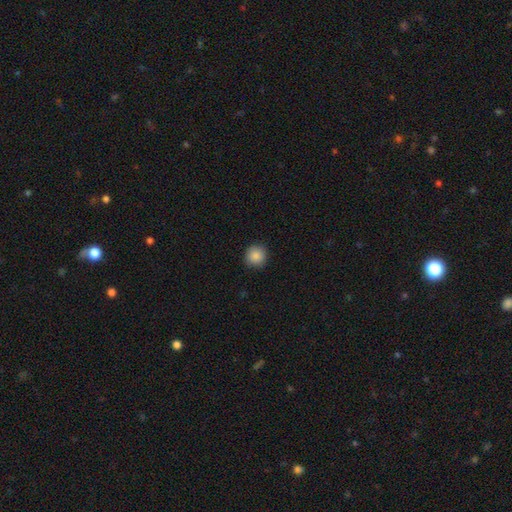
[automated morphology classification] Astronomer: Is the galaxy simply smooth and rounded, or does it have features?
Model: smooth — 88%.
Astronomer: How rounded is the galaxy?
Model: round — 93%.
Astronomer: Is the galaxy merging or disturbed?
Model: none — 90%.